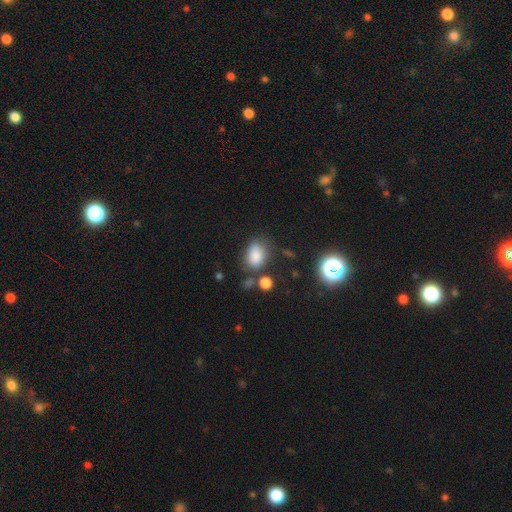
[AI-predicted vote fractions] smooth 82%, star or artifact 11%, featured or disk 7%. Down the decision tree: how rounded — in between (76%); merging — none (62%).